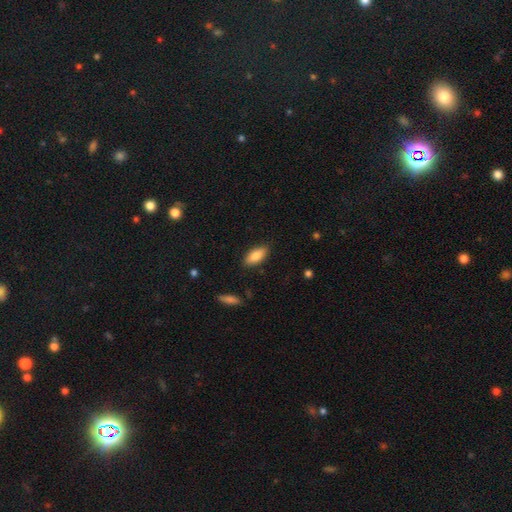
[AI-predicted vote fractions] Overall: smooth (85%). How rounded: in between (86%). Merging: none (86%).